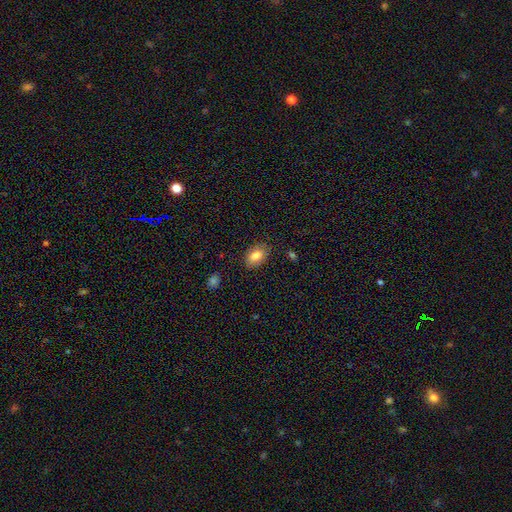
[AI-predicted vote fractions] A smooth galaxy with no disk features (84%) that is in between round and cigar-shaped (89%). Merging: none (82%).